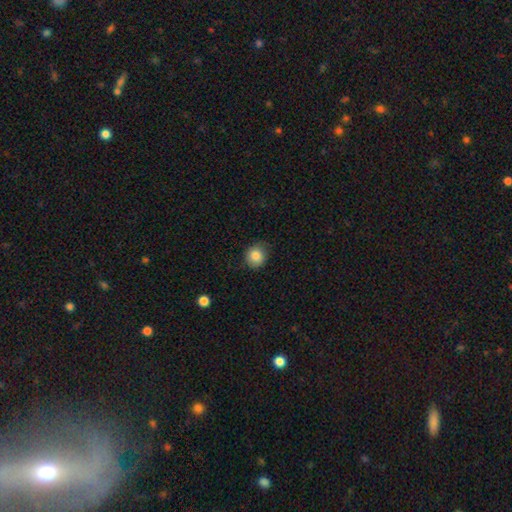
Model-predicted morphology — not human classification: Smooth or featured?
  - smooth: 85% *
  - star or artifact: 9%
  - featured or disk: 6%
How rounded?
  - round: 79% *
  - in between: 20%
  - cigar-shaped: 1%
Merging?
  - none: 79% *
  - minor disturbance: 17%
  - major disturbance: 3%
  - merger: 1%